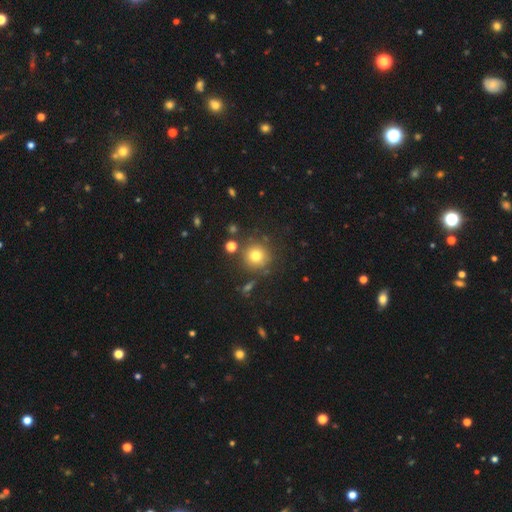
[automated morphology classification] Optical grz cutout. It shows a smooth galaxy with no disk features (76%) that is round (94%). Merging: none (82%).